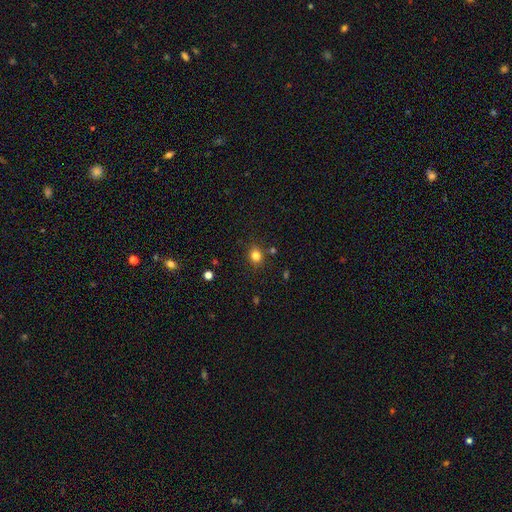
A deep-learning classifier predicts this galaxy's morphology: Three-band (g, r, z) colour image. It shows a smooth galaxy with no disk features (80%) that is round (67%). Merging: none (82%).